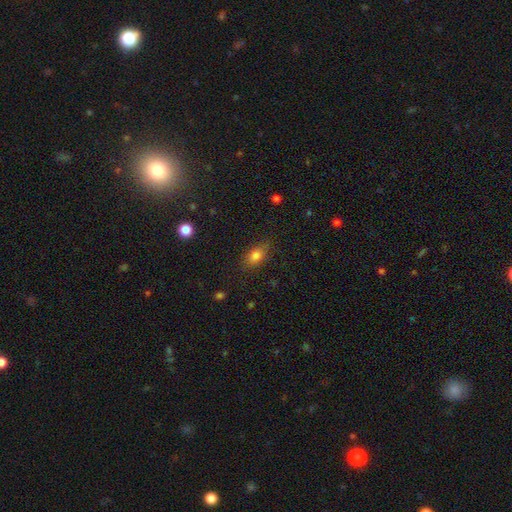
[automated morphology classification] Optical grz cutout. It shows a smooth galaxy with no disk features (80%) that is in between round and cigar-shaped (79%). Merging: none (79%).